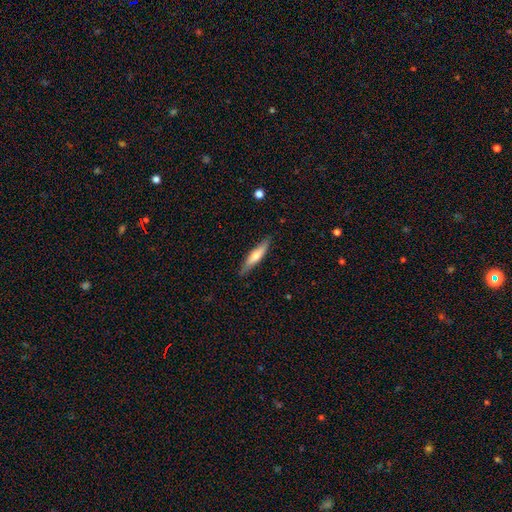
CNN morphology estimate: Smooth or featured: smooth — 55% (featured or disk — 39%)
How rounded: cigar-shaped — 84% (in between — 15%)
Merging: none — 86% (minor disturbance — 11%)